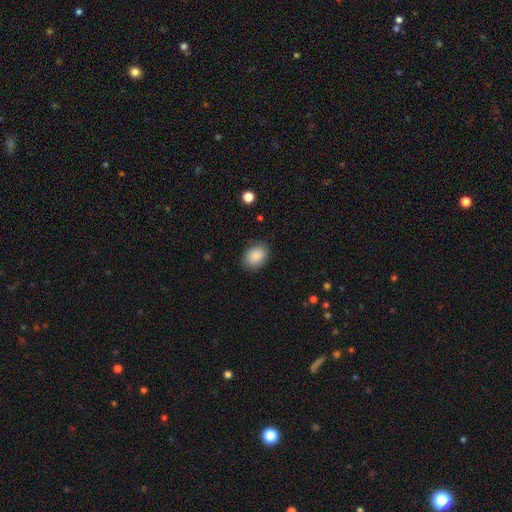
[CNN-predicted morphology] Smooth or featured?
  - smooth: 89% *
  - star or artifact: 7%
  - featured or disk: 4%
How rounded?
  - in between: 71% *
  - round: 28%
  - cigar-shaped: 1%
Merging?
  - none: 86% *
  - minor disturbance: 10%
  - major disturbance: 3%
  - merger: 1%